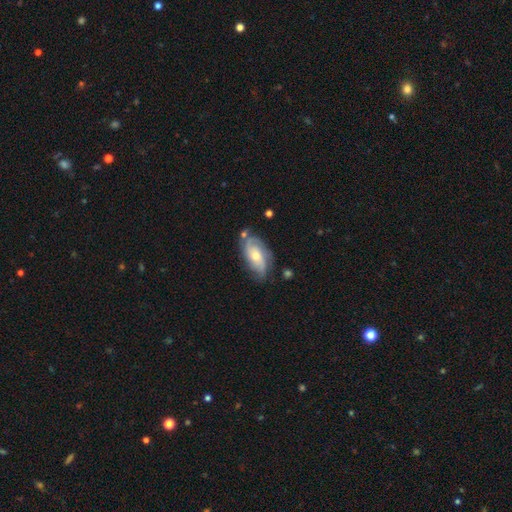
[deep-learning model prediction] smooth_or_featured: featured or disk (p=0.76) [alt: smooth p=0.18]
disk_edge_on: no (p=0.94) [alt: yes p=0.06]
bar: no (p=0.68) [alt: weak p=0.26]
has_spiral_arms: yes (p=0.93) [alt: no p=0.07]
spiral_winding: tight (p=0.48) [alt: medium p=0.38]
spiral_arm_count: 2 (p=0.37) [alt: 3 p=0.25]
bulge_size: moderate (p=0.58) [alt: small p=0.35]
merging: none (p=0.65) [alt: minor disturbance p=0.22]